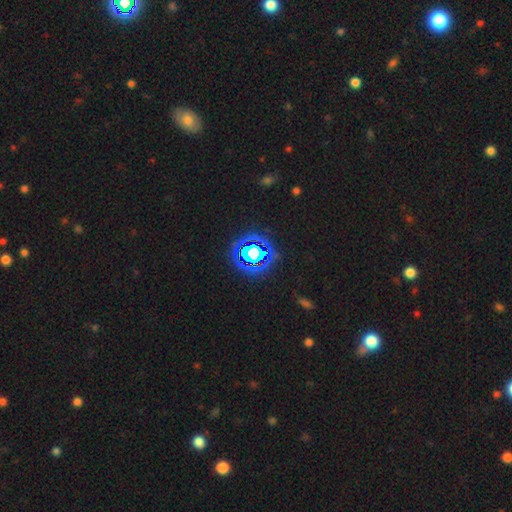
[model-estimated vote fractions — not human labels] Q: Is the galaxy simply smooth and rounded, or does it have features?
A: star or artifact — 78%.